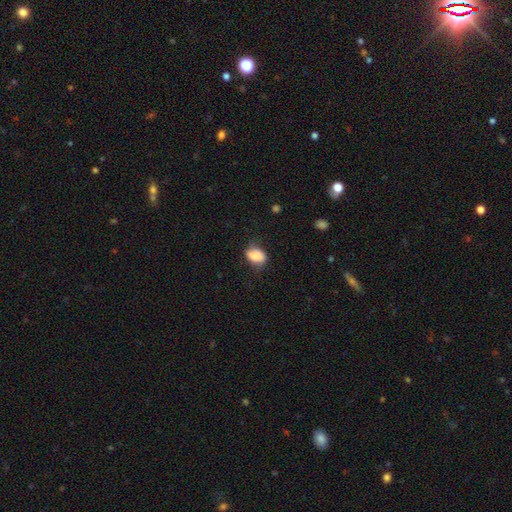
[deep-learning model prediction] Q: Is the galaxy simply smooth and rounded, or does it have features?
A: smooth — 82%.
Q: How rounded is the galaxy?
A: in between — 79%.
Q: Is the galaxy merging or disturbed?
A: none — 60%.